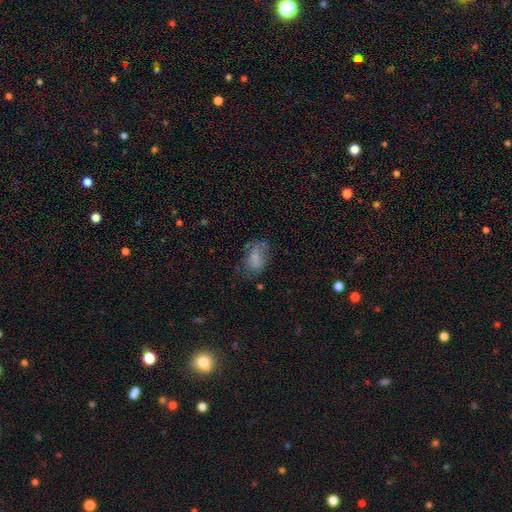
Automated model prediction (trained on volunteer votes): Smooth or featured: smooth — 67% (featured or disk — 21%)
How rounded: in between — 88% (round — 10%)
Merging: none — 47% (minor disturbance — 28%)